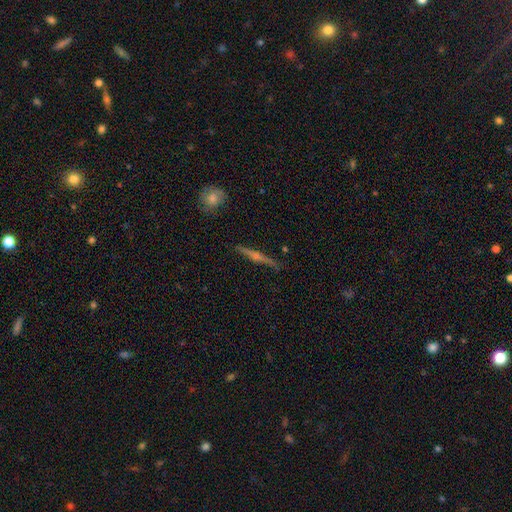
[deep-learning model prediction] Morphology: type=featured or disk (79%); edge-on=yes (98%); edge-on bulge=rounded (86%); merging=none (89%).